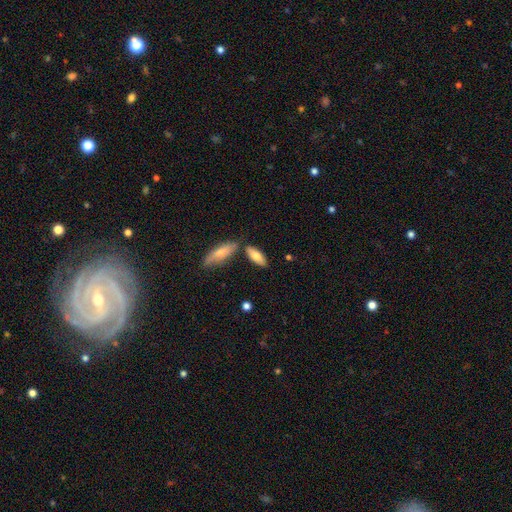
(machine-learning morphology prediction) This appears to be a smooth galaxy with no disk features (76%) that is in between round and cigar-shaped (72%). Merging: none (71%).